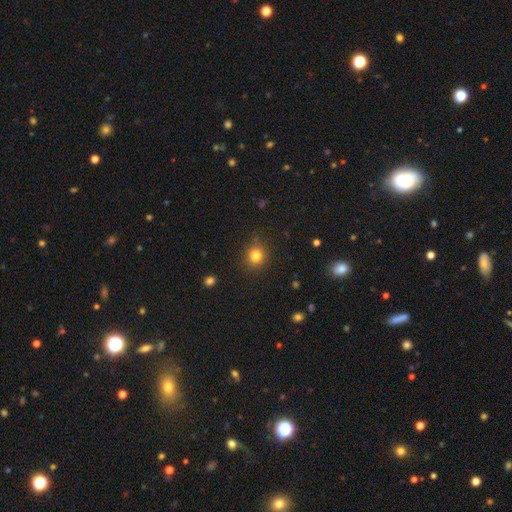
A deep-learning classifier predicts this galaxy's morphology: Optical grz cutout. It shows a smooth galaxy with no disk features (82%) that is round (89%). Merging: none (86%).